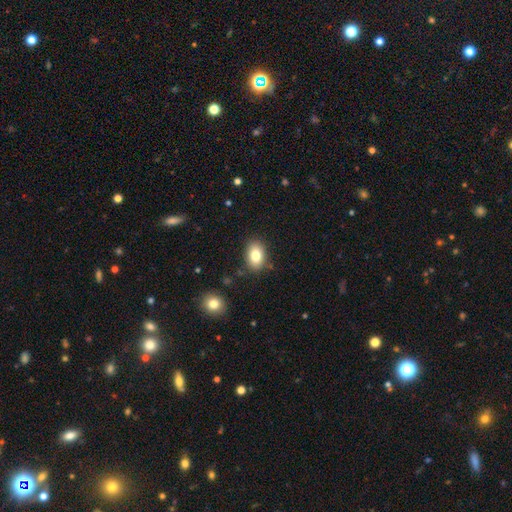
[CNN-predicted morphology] type=smooth (82%); roundness=in between (83%); merging=none (83%).